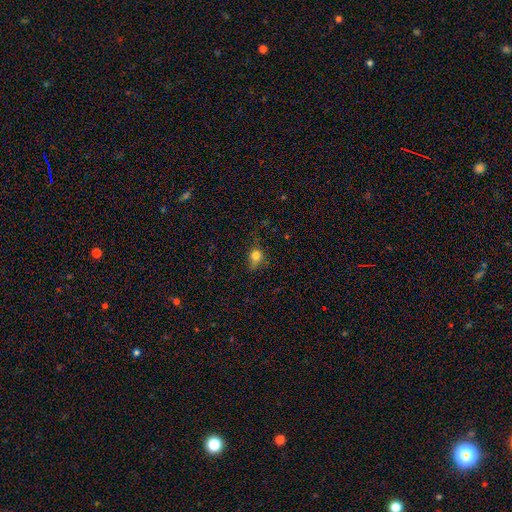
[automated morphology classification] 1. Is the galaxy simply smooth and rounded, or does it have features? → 77% smooth, 13% star or artifact, 10% featured or disk.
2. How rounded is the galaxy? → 52% round, 45% in between, 3% cigar-shaped.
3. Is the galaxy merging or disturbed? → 58% none, 29% minor disturbance, 11% major disturbance, 2% merger.